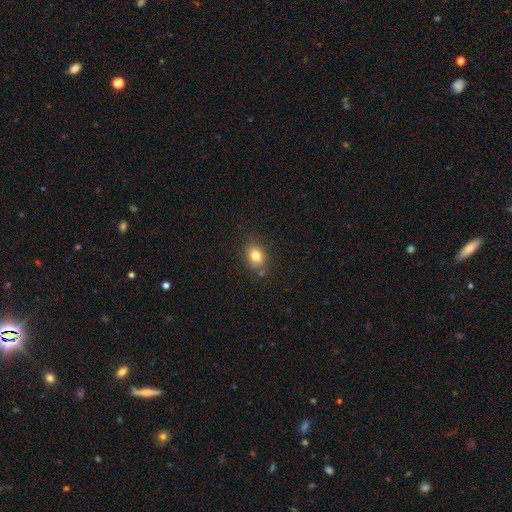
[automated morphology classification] smooth 79%, star or artifact 11%, featured or disk 10%. Down the decision tree: how rounded — in between (57%); merging — none (76%).